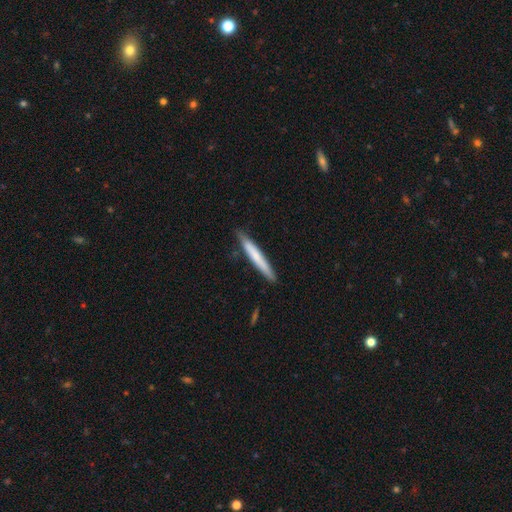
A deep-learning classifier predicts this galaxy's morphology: A smooth galaxy with no disk features (65%) that is cigar-shaped (96%). Merging: none (86%).